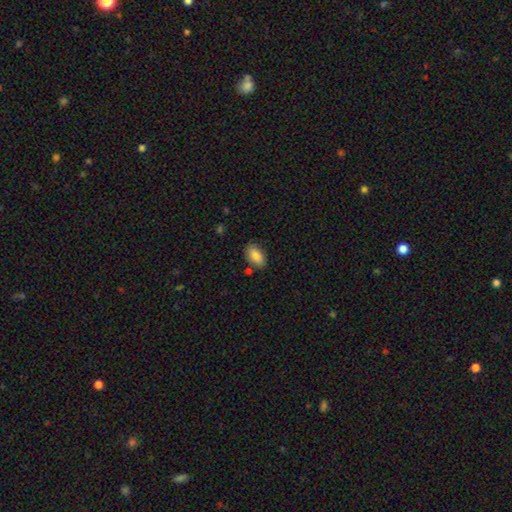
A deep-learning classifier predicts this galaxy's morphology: Q: Smooth or featured?
A: smooth (86%); runner-up: star or artifact (7%)
Q: How rounded?
A: in between (92%); runner-up: round (5%)
Q: Merging?
A: none (82%); runner-up: minor disturbance (12%)